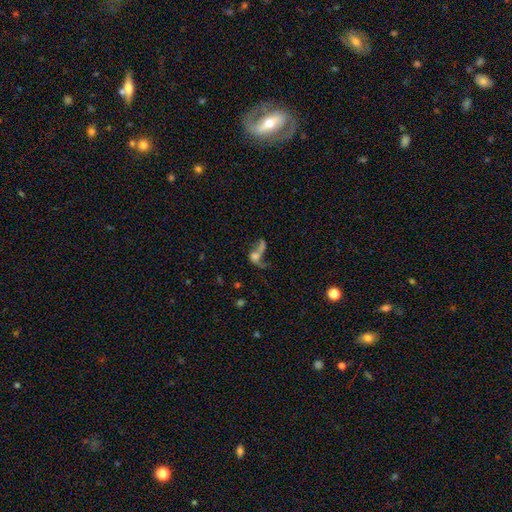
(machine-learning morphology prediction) The model was most divided on "smooth or featured": smooth: 42%, featured or disk: 38%, star or artifact: 20%. Remaining: merging — merger (44%).